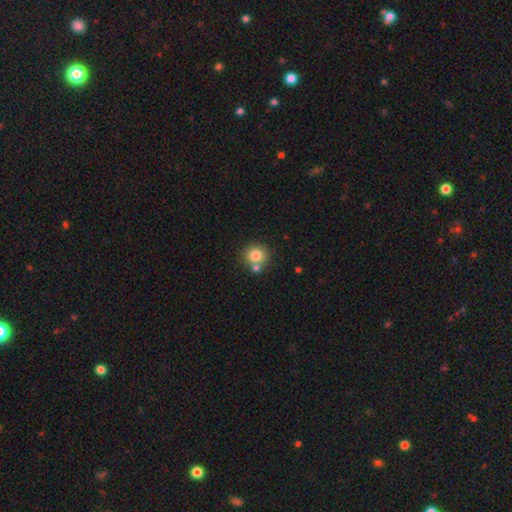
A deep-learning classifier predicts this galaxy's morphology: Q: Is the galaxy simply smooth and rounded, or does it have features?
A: smooth — 80%.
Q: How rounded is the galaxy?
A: round — 88%.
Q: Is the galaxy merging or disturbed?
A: none — 67%.